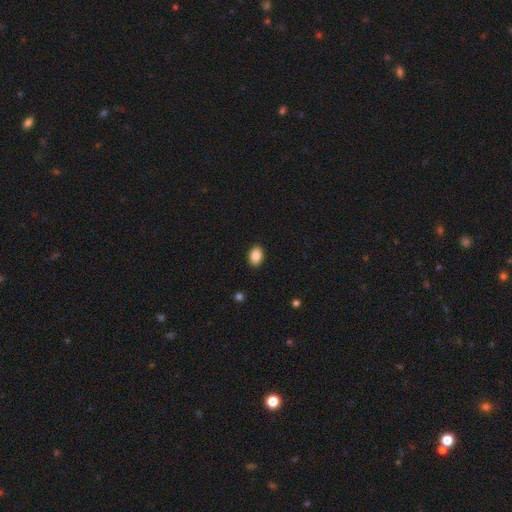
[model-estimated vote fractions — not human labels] A smooth galaxy with no disk features (88%) that is in between round and cigar-shaped (78%). Merging: none (90%).